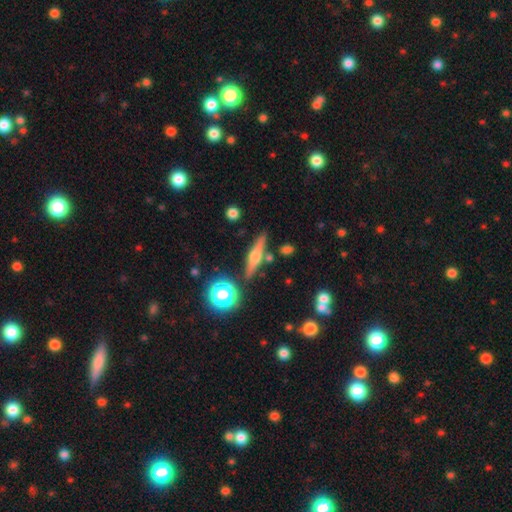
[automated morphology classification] Q: Smooth or featured?
A: featured or disk (63%); runner-up: smooth (28%)
Q: Edge-on disk?
A: yes (95%); runner-up: no (5%)
Q: Edge-on bulge?
A: rounded (88%); runner-up: boxy (8%)
Q: Merging?
A: none (83%); runner-up: minor disturbance (10%)